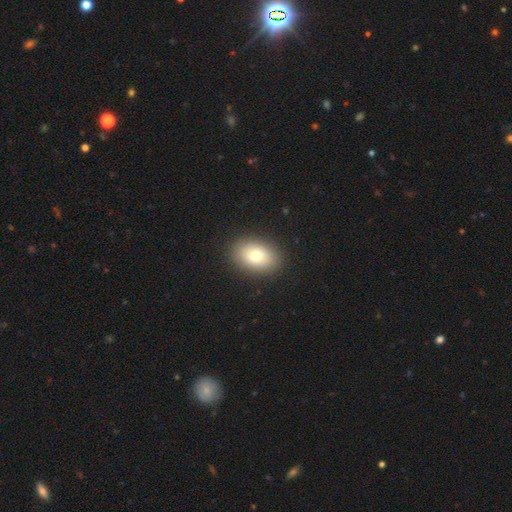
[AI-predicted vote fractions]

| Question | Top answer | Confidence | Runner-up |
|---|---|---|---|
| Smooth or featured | smooth | 74% | featured or disk (17%) |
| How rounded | in between | 79% | round (20%) |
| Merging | none | 88% | minor disturbance (8%) |